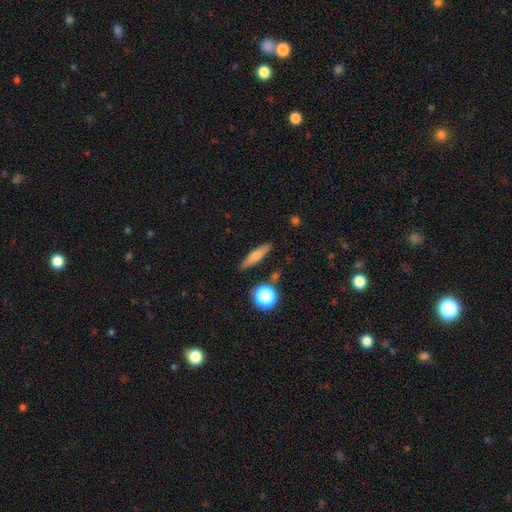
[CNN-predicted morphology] This is likely a smooth galaxy (63%). How rounded: likely cigar-shaped (75%). Merging: clearly none (86%).